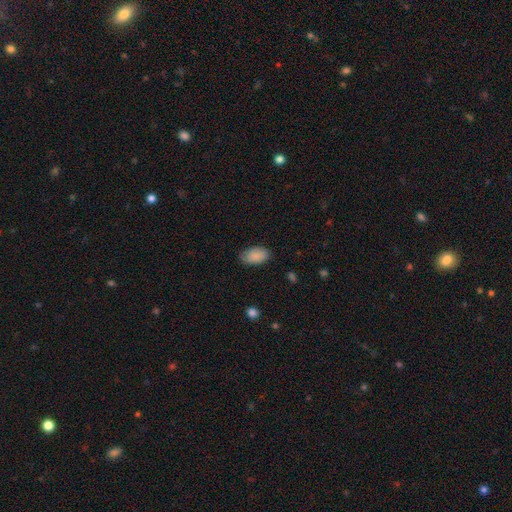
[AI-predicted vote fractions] A smooth galaxy with no disk features (88%) that is in between round and cigar-shaped (93%).

Vote fractions:
- Smooth or featured? smooth: 88% / star or artifact: 7% / featured or disk: 5%
- How rounded? in between: 93% / round: 5% / cigar-shaped: 2%
- Merging? none: 79% / minor disturbance: 16% / major disturbance: 3% / merger: 1%